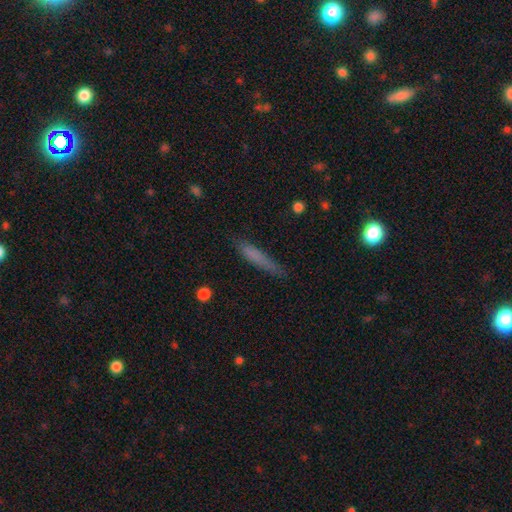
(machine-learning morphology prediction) Smooth or featured: smooth — 73% (featured or disk — 19%)
How rounded: cigar-shaped — 90% (in between — 8%)
Merging: none — 71% (minor disturbance — 21%)